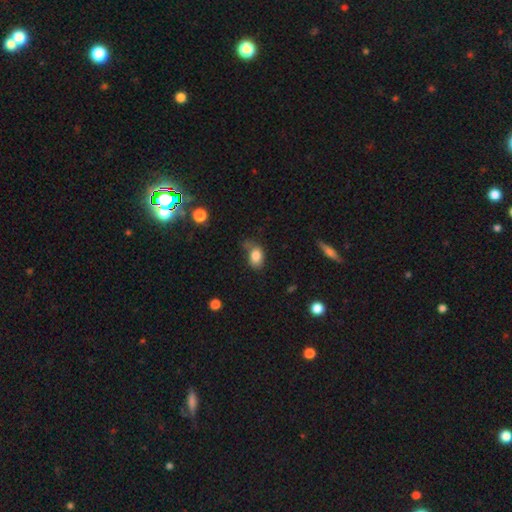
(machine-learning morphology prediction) This appears to be a smooth galaxy with no disk features (83%) that is in between round and cigar-shaped (78%). Merging: none (52%).